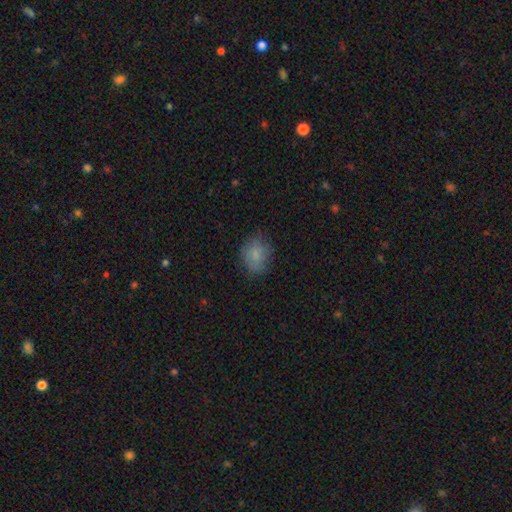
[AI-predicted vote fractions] Morphology: type=smooth (80%); roundness=round (56%); merging=none (73%).